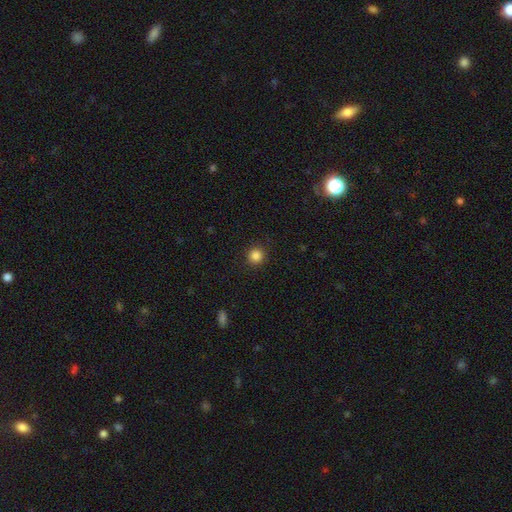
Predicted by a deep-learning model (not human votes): Smooth or featured? Predicted: smooth (p=0.85). How rounded? Predicted: round (p=0.94). Merging? Predicted: none (p=0.92).